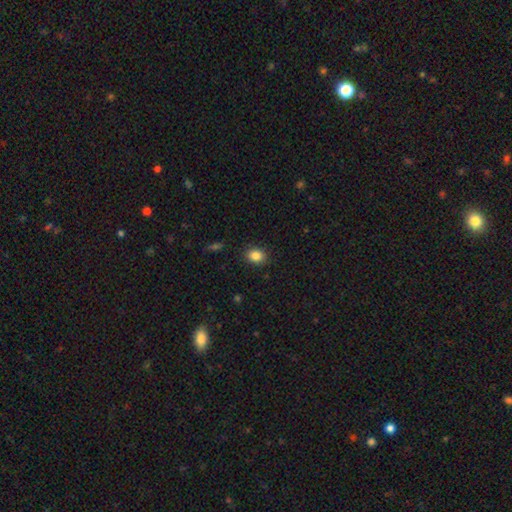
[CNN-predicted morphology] A smooth galaxy with no disk features (85%) that is in between round and cigar-shaped (57%).

Vote fractions:
- Smooth or featured? smooth: 85% / star or artifact: 10% / featured or disk: 5%
- How rounded? in between: 57% / round: 42% / cigar-shaped: 1%
- Merging? none: 89% / minor disturbance: 8% / major disturbance: 2% / merger: 1%